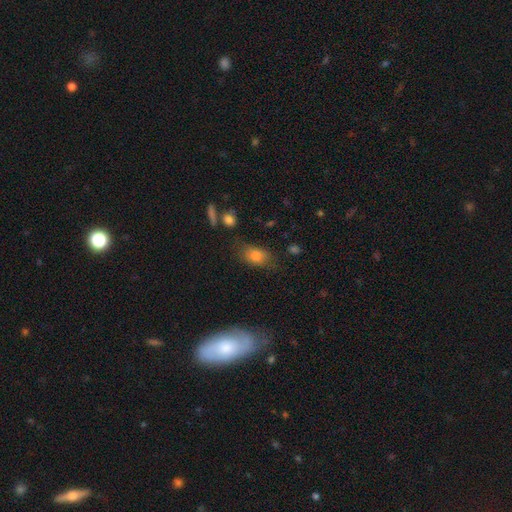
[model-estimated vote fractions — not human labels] Overall: smooth (77%). How rounded: in between (80%). Merging: none (69%).